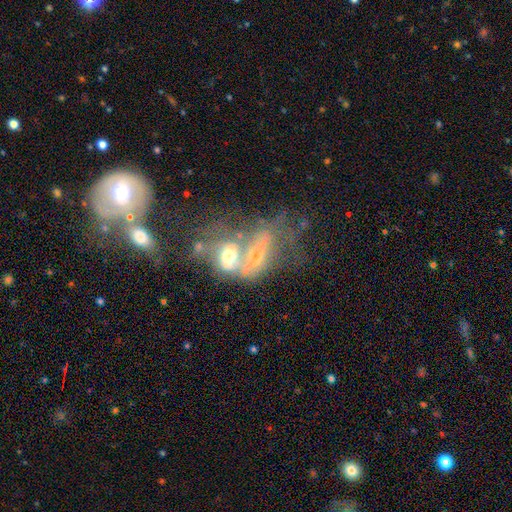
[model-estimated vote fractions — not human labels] This appears to be a featured or disk galaxy (55%). Merging: merger (72%).